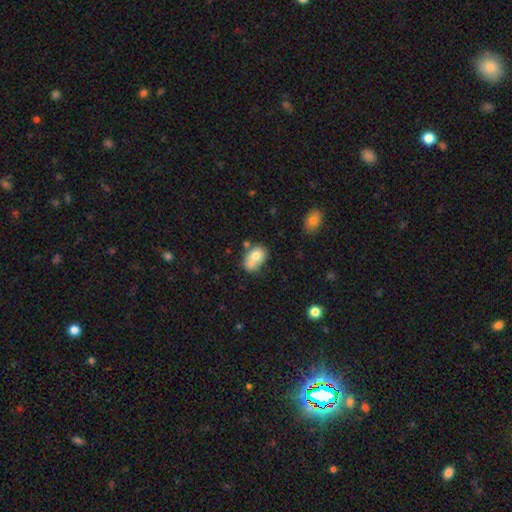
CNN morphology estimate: smooth-or-featured: smooth: 72% | featured or disk: 19% | star or artifact: 9%
  how-rounded: in between: 72% | round: 27% | cigar-shaped: 1%
  merging: merger: 40% | none: 34% | minor disturbance: 18% | major disturbance: 8%